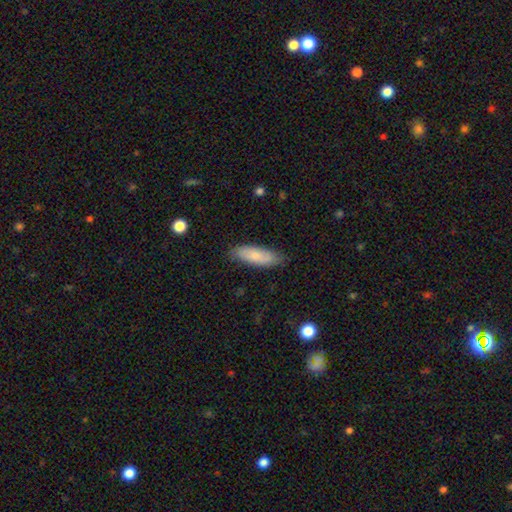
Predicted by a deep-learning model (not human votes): Q: Smooth or featured?
A: smooth (75%); runner-up: featured or disk (19%)
Q: How rounded?
A: in between (60%); runner-up: cigar-shaped (38%)
Q: Merging?
A: none (82%); runner-up: minor disturbance (15%)